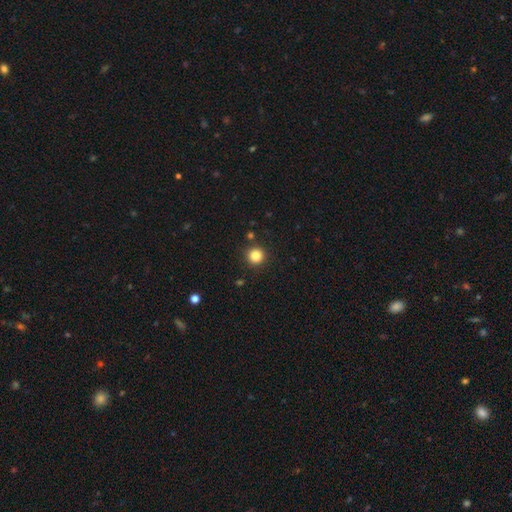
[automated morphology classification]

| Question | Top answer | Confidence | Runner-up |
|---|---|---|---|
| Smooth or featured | smooth | 84% | star or artifact (12%) |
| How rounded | round | 95% | in between (4%) |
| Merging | none | 90% | minor disturbance (6%) |